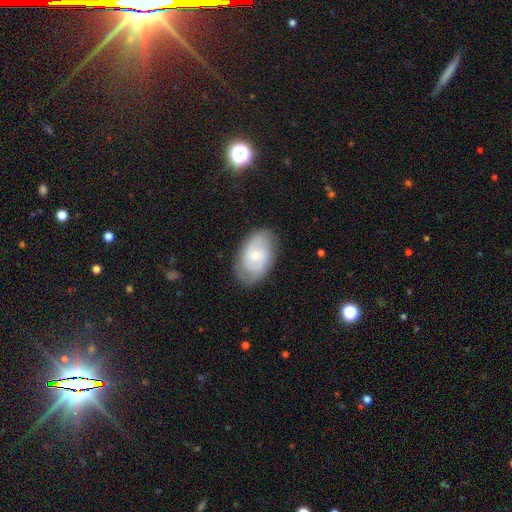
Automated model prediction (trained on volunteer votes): A featured or disk galaxy (52%). Merging: none (79%).